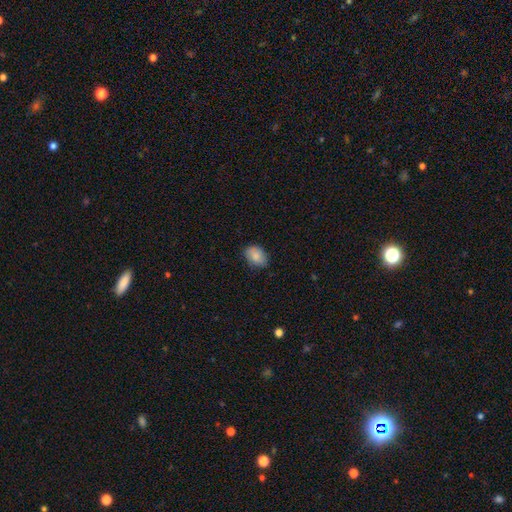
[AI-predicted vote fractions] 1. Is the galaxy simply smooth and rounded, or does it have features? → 85% smooth, 8% featured or disk, 7% star or artifact.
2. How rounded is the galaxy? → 78% in between, 21% round, 1% cigar-shaped.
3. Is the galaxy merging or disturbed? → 79% none, 17% minor disturbance, 3% major disturbance, 1% merger.